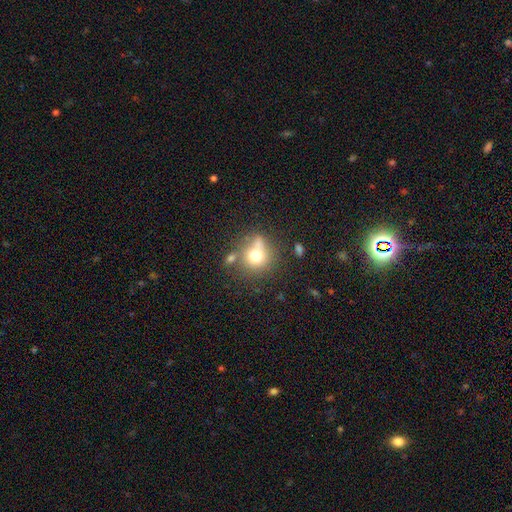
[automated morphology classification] Smooth or featured? Predicted: smooth (p=0.71). How rounded? Predicted: round (p=0.82). Merging? Predicted: none (p=0.54).